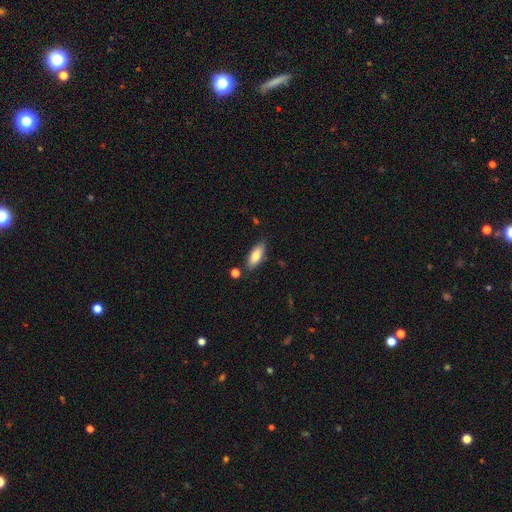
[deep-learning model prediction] Smooth or featured? smooth (81%)
How rounded? in between (78%)
Merging? none (81%)